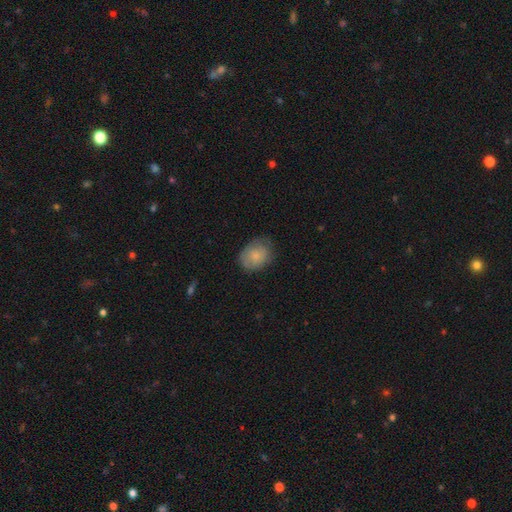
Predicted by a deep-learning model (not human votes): Smooth or featured: smooth — 75% (featured or disk — 18%)
How rounded: in between — 53% (round — 46%)
Merging: none — 67% (minor disturbance — 25%)